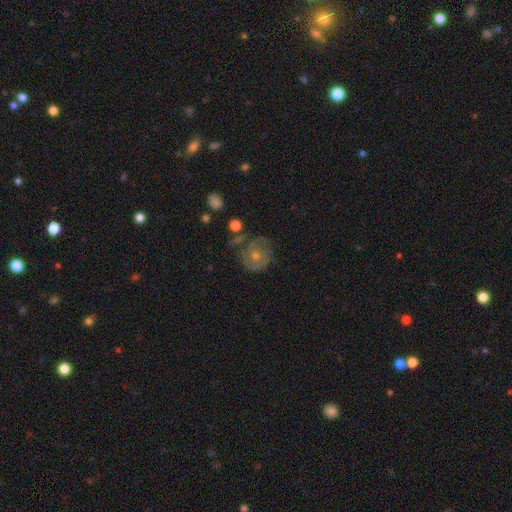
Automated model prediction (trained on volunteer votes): Morphology: type=featured or disk (58%); edge-on=no (97%); bar=no (84%); spiral arms=yes (73%); bulge=small (52%); merging=none (67%).